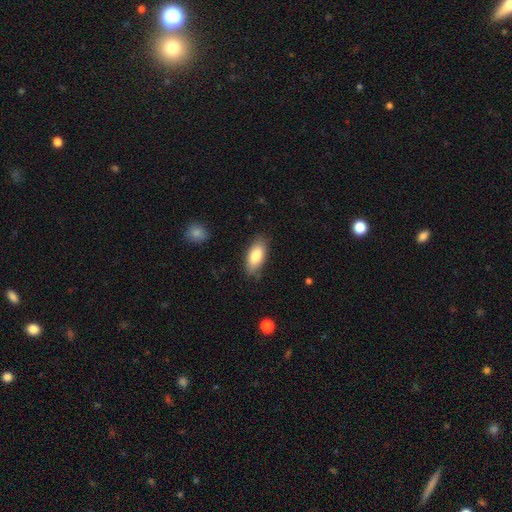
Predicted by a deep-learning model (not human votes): This appears to be a smooth galaxy with no disk features (84%) that is in between round and cigar-shaped (88%). Merging: none (81%).